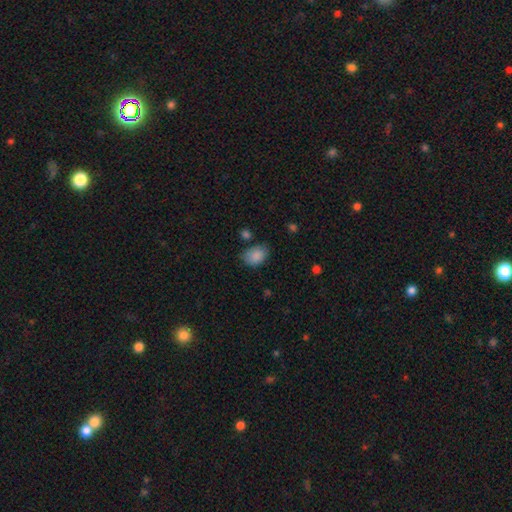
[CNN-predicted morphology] Smooth or featured?
  - smooth: 86% *
  - star or artifact: 8%
  - featured or disk: 6%
How rounded?
  - in between: 76% *
  - round: 23%
  - cigar-shaped: 1%
Merging?
  - none: 63% *
  - minor disturbance: 26%
  - major disturbance: 6%
  - merger: 4%